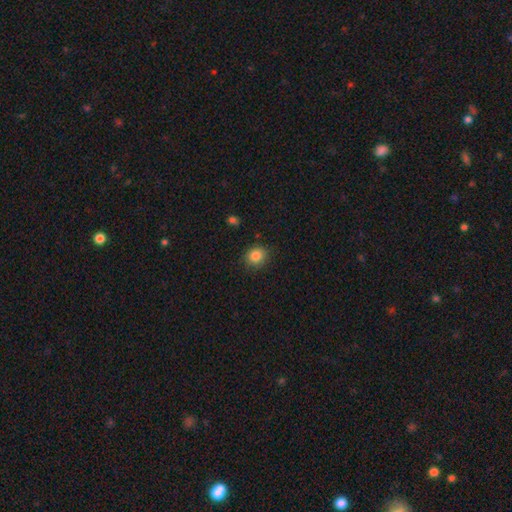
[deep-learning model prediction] Smooth or featured? Predicted: smooth (p=0.85). How rounded? Predicted: round (p=0.76). Merging? Predicted: none (p=0.87).